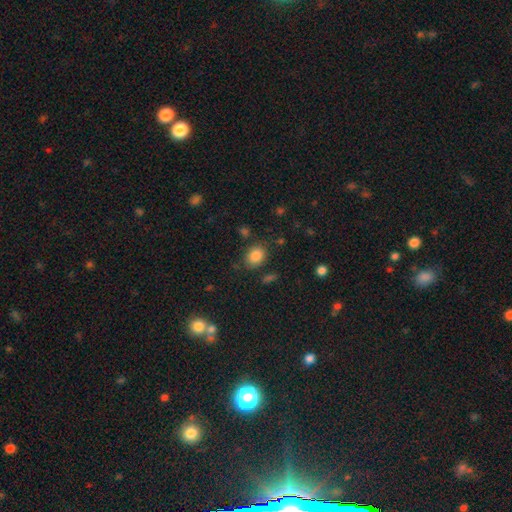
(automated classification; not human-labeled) Smooth or featured?
  - smooth: 84% *
  - star or artifact: 10%
  - featured or disk: 6%
How rounded?
  - in between: 54% *
  - round: 45%
  - cigar-shaped: 1%
Merging?
  - none: 80% *
  - minor disturbance: 12%
  - major disturbance: 4%
  - merger: 4%